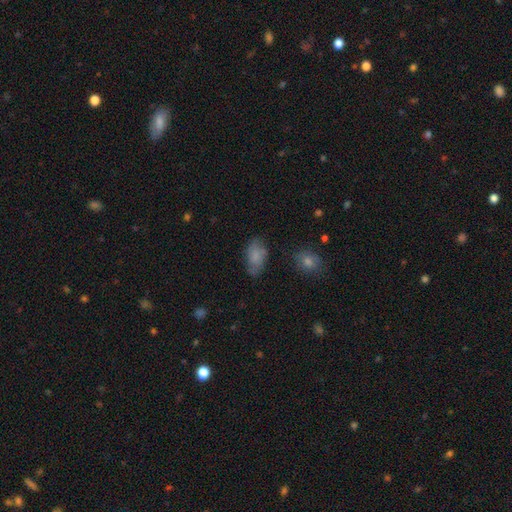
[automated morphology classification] Smooth or featured? smooth (77%)
How rounded? in between (92%)
Merging? none (65%)